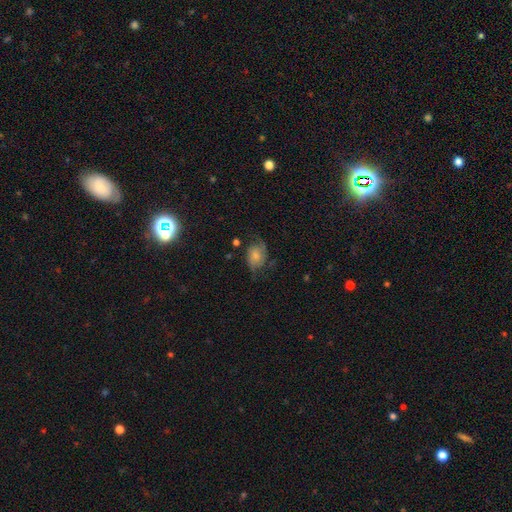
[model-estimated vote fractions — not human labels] A featured or disk galaxy (53%) with no bar (73%), spiral arms (87%) and a small central bulge (40%).

Vote fractions:
- Smooth or featured? featured or disk: 53% / smooth: 37% / star or artifact: 9%
- Edge-on disk? no: 97% / yes: 3%
- Bar? no: 73% / weak: 23% / strong: 4%
- Spiral arms? yes: 87% / no: 13%
- Bulge size? small: 40% / moderate: 32% / none: 14% / large: 11% / dominant: 4%
- Merging? none: 56% / minor disturbance: 25% / major disturbance: 17% / merger: 2%